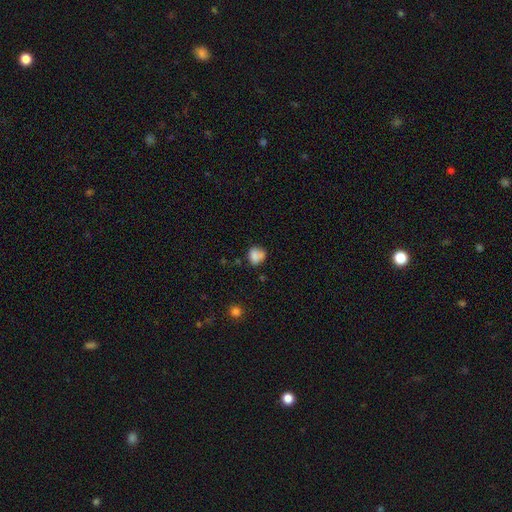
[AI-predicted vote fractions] This appears to be a smooth galaxy with no disk features (79%) that is round (64%). Merging: none (50%).